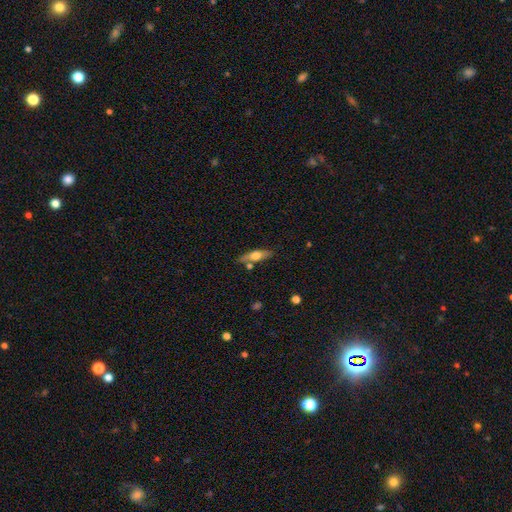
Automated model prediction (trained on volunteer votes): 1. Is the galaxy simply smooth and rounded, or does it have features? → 48% smooth, 45% featured or disk, 7% star or artifact.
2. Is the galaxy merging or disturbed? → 74% none, 14% minor disturbance, 9% merger, 3% major disturbance.